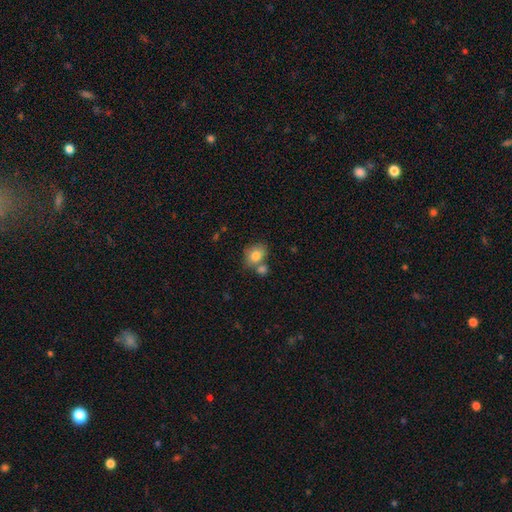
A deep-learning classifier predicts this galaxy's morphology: Q: Smooth or featured?
A: smooth (80%); runner-up: featured or disk (11%)
Q: How rounded?
A: in between (54%); runner-up: round (45%)
Q: Merging?
A: none (54%); runner-up: merger (28%)